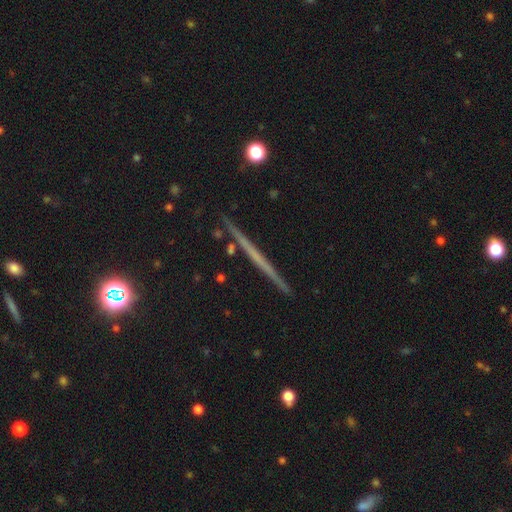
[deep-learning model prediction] A featured or disk galaxy (64%) viewed edge-on (98%) with no central bulge (87%). Merging: none (92%).